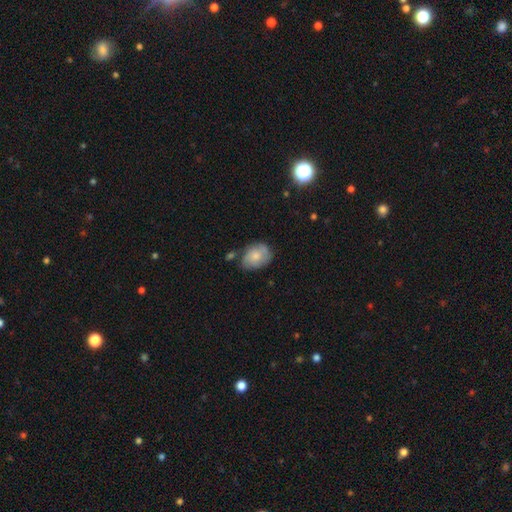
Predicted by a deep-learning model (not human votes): Smooth or featured? smooth (61%)
How rounded? in between (69%)
Merging? none (57%)